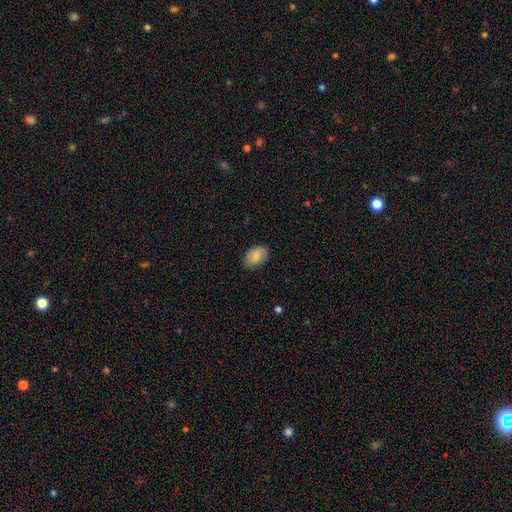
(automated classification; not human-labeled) Q: Smooth or featured?
A: smooth (84%); runner-up: featured or disk (9%)
Q: How rounded?
A: in between (86%); runner-up: round (13%)
Q: Merging?
A: none (82%); runner-up: minor disturbance (14%)